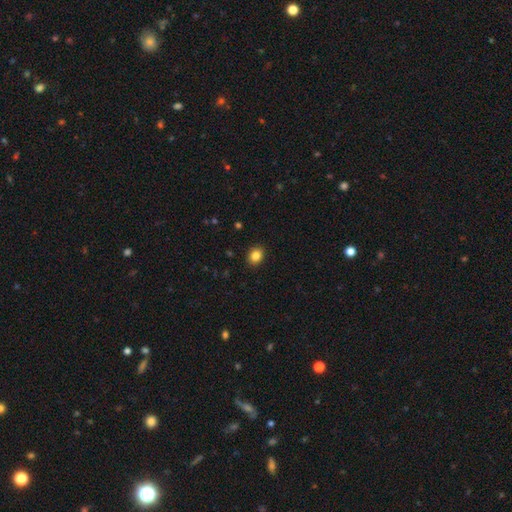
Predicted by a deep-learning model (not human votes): Q: Smooth or featured?
A: smooth (85%); runner-up: star or artifact (10%)
Q: How rounded?
A: round (53%); runner-up: in between (46%)
Q: Merging?
A: none (91%); runner-up: minor disturbance (7%)